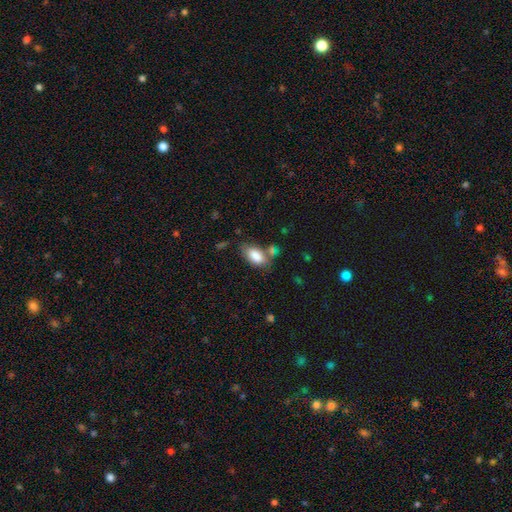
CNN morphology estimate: Smooth or featured?
  - smooth: 84% *
  - featured or disk: 8%
  - star or artifact: 8%
How rounded?
  - in between: 92% *
  - round: 5%
  - cigar-shaped: 4%
Merging?
  - none: 58% *
  - minor disturbance: 21%
  - merger: 14%
  - major disturbance: 6%